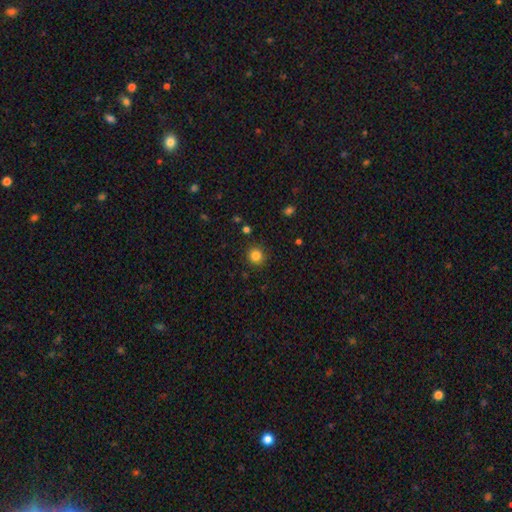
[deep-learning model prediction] smooth-or-featured: smooth: 83% | star or artifact: 12% | featured or disk: 4%
  how-rounded: round: 93% | in between: 6% | cigar-shaped: 1%
  merging: none: 90% | minor disturbance: 6% | major disturbance: 2% | merger: 1%